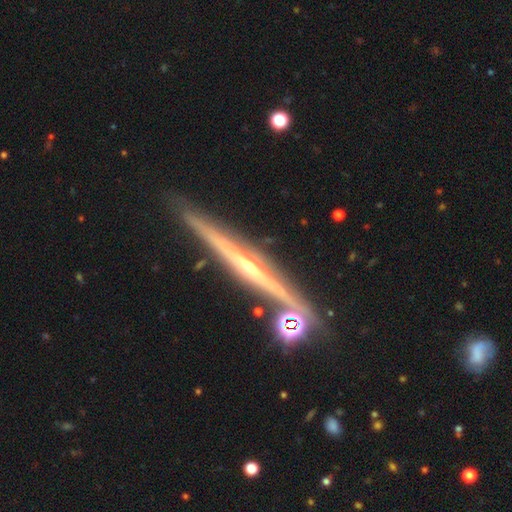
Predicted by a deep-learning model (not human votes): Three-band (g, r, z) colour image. It shows a featured or disk galaxy (81%) viewed edge-on (96%) with a rounded central bulge (74%). Merging: none (85%).